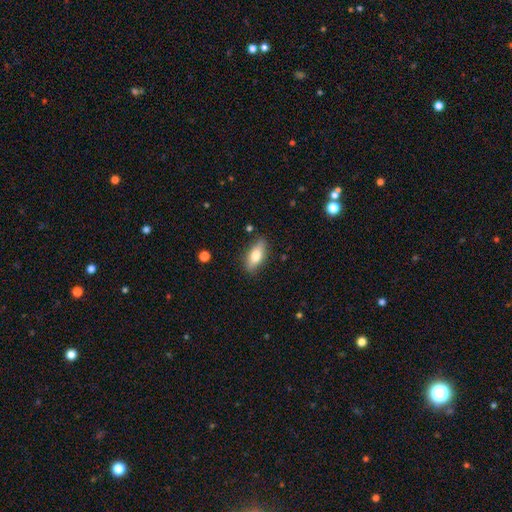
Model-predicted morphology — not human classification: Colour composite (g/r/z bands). It shows a smooth galaxy with no disk features (71%) that is in between round and cigar-shaped (78%). Merging: none (84%).